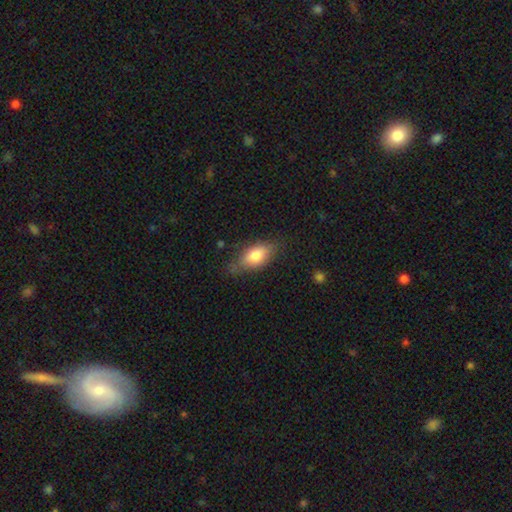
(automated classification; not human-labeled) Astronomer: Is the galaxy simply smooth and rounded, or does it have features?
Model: smooth — 75%.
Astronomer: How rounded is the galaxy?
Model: in between — 86%.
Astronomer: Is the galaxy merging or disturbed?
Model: none — 66%.